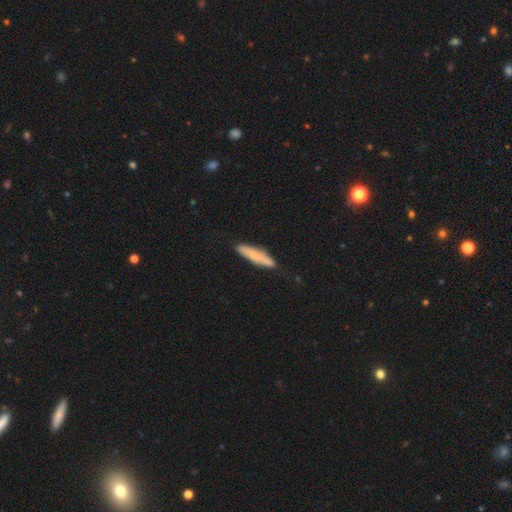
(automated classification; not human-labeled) Smooth or featured? Predicted: smooth (p=0.69). How rounded? Predicted: cigar-shaped (p=0.84). Merging? Predicted: none (p=0.79).